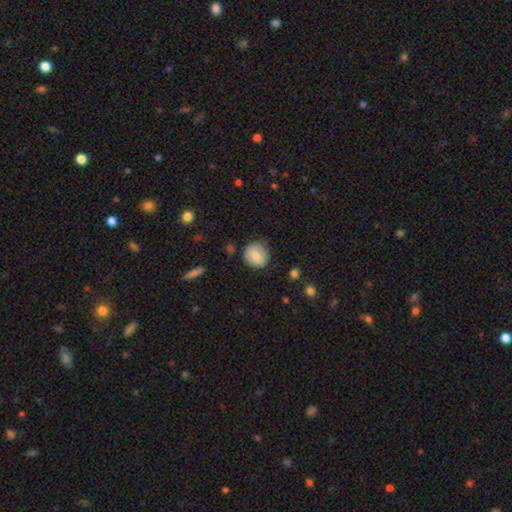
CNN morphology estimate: Q: Smooth or featured?
A: smooth (83%); runner-up: featured or disk (9%)
Q: How rounded?
A: round (86%); runner-up: in between (13%)
Q: Merging?
A: none (78%); runner-up: minor disturbance (17%)